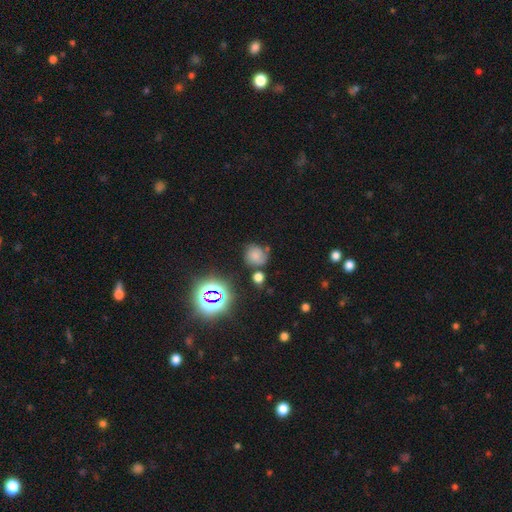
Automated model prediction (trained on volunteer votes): A smooth galaxy with no disk features (59%) that is round (77%).

Vote fractions:
- Smooth or featured? smooth: 59% / star or artifact: 23% / featured or disk: 18%
- How rounded? round: 77% / in between: 22% / cigar-shaped: 1%
- Merging? none: 60% / minor disturbance: 21% / merger: 11% / major disturbance: 8%